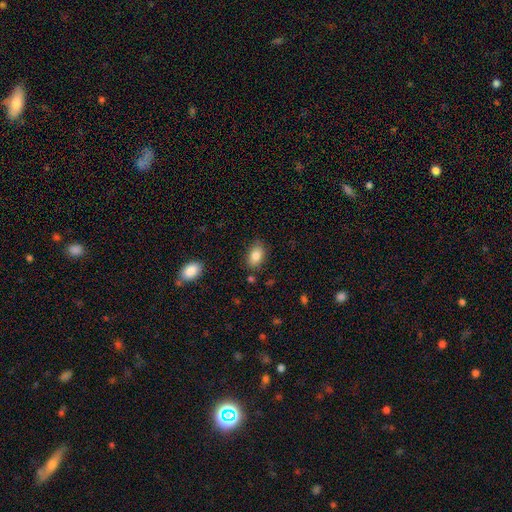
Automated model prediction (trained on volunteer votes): smooth_or_featured: smooth (p=0.84) [alt: featured or disk p=0.08]
how_rounded: in between (p=0.87) [alt: round p=0.11]
merging: none (p=0.80) [alt: minor disturbance p=0.15]